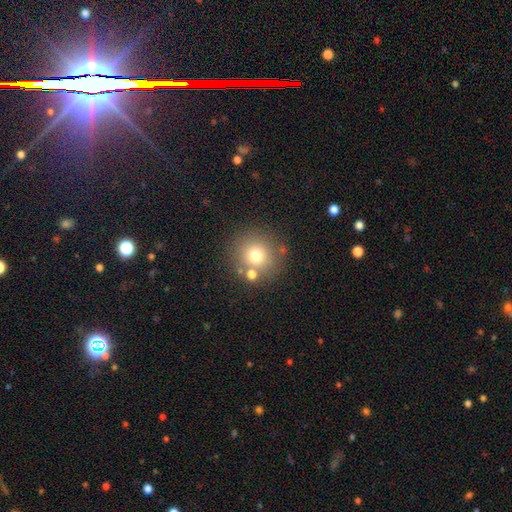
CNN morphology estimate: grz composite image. It shows a smooth galaxy with no disk features (72%) that is round (92%). Merging: none (78%).